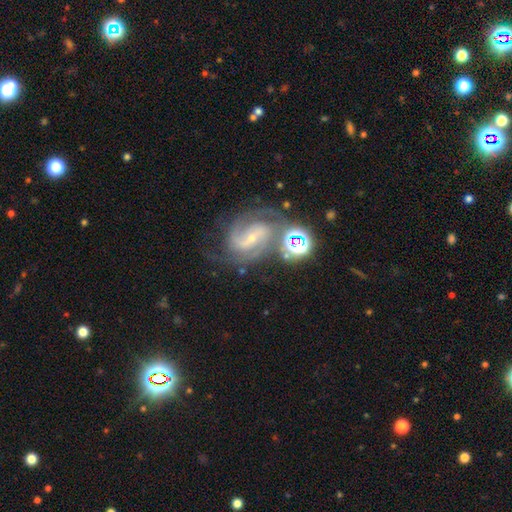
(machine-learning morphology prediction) Smooth or featured?
  - featured or disk: 80% *
  - star or artifact: 12%
  - smooth: 8%
Edge-on disk?
  - no: 96% *
  - yes: 4%
Bar?
  - weak: 45% *
  - strong: 36%
  - no: 20%
Spiral arms?
  - yes: 96% *
  - no: 4%
Spiral winding?
  - medium: 48% *
  - tight: 37%
  - loose: 16%
Spiral arm count?
  - 2: 71% *
  - can't tell: 12%
  - 3: 8%
  - 1: 3%
  - 4: 3%
  - more than 4: 3%
Bulge size?
  - small: 68% *
  - moderate: 24%
  - none: 5%
  - large: 2%
  - dominant: 1%
Merging?
  - none: 58% *
  - merger: 17%
  - minor disturbance: 15%
  - major disturbance: 9%